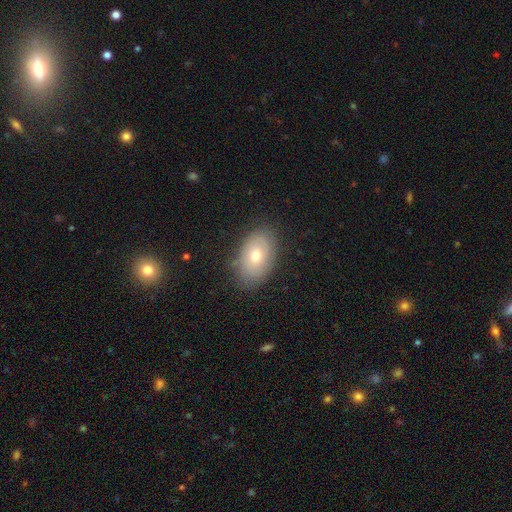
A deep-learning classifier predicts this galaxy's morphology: type=smooth (67%); roundness=in between (88%); merging=none (81%).